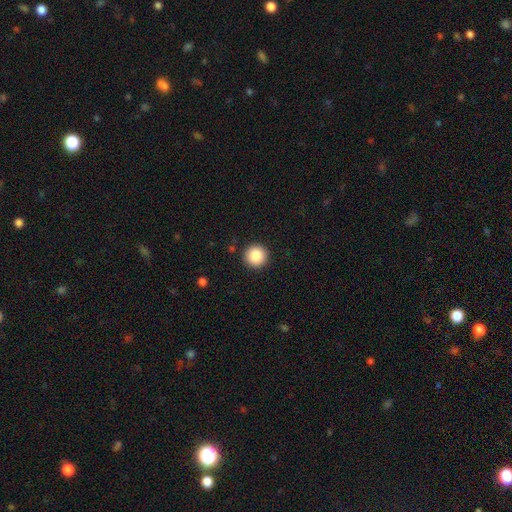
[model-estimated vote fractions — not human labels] Smooth or featured? Predicted: smooth (p=0.87). How rounded? Predicted: round (p=0.96). Merging? Predicted: none (p=0.92).